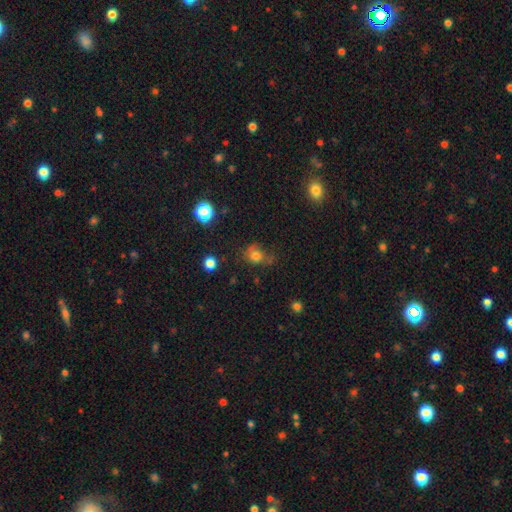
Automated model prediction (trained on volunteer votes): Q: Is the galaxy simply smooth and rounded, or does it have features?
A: smooth — 73%.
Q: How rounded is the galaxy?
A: round — 66%.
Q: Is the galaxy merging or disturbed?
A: none — 48%.